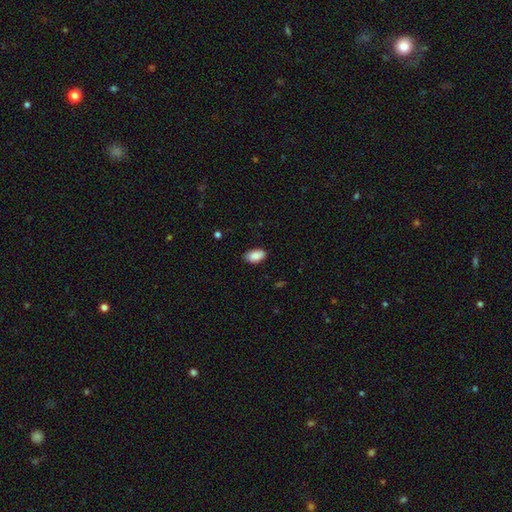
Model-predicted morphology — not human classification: Overall: smooth (87%). How rounded: in between (93%). Merging: none (81%).